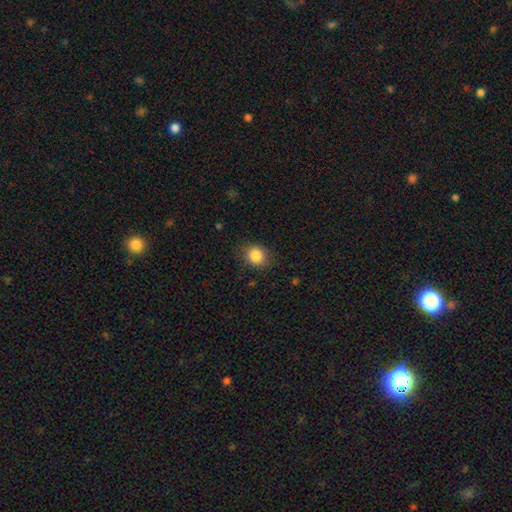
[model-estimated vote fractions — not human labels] A smooth galaxy with no disk features (86%) that is round (70%). Merging: none (83%).